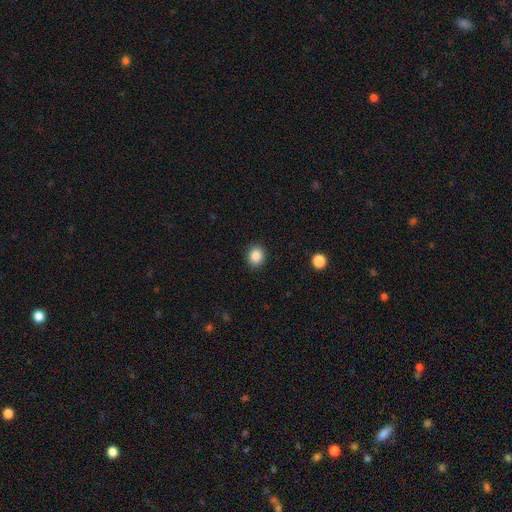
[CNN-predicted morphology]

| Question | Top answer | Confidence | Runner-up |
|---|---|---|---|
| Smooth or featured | smooth | 87% | star or artifact (10%) |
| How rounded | round | 65% | in between (34%) |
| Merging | none | 91% | minor disturbance (6%) |